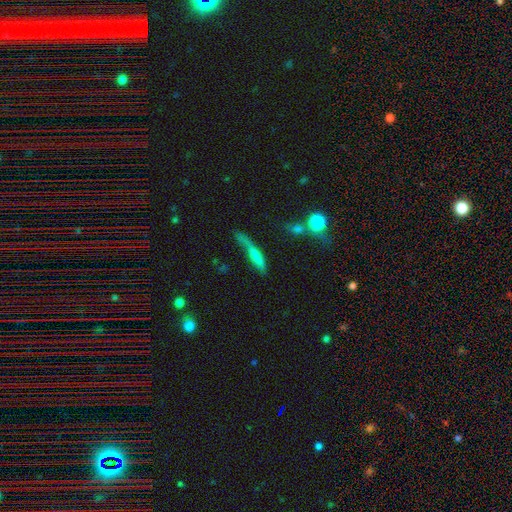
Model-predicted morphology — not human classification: smooth 58%, featured or disk 33%, star or artifact 9%. Down the decision tree: how rounded — cigar-shaped (81%); merging — none (38%).